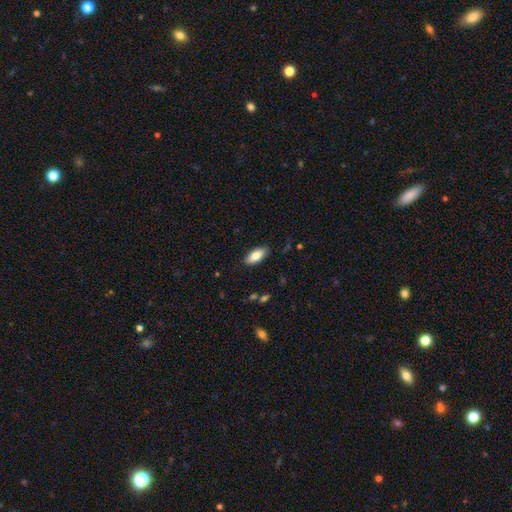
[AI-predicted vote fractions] Overall: smooth (80%). How rounded: in between (84%). Merging: none (87%).